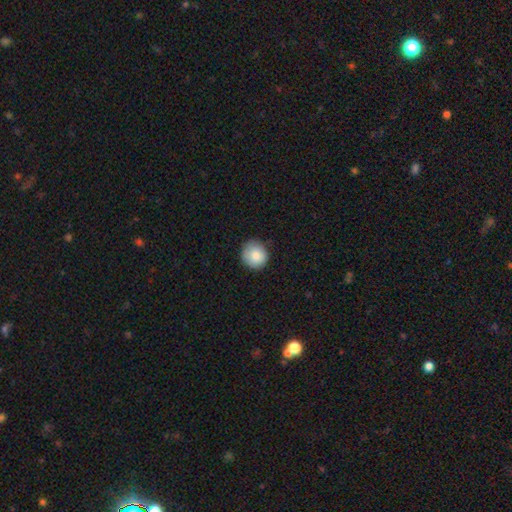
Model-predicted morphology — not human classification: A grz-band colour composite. It shows a smooth galaxy with no disk features (85%) that is round (93%). Merging: none (82%).